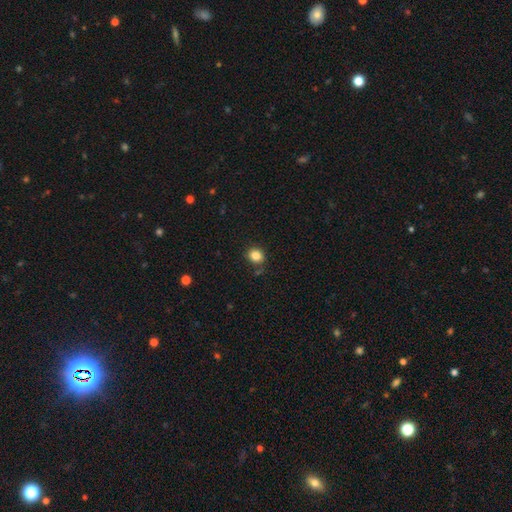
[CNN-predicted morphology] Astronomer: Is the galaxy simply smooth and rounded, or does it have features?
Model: smooth — 84%.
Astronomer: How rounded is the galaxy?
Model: round — 72%.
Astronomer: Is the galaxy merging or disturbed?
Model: none — 83%.